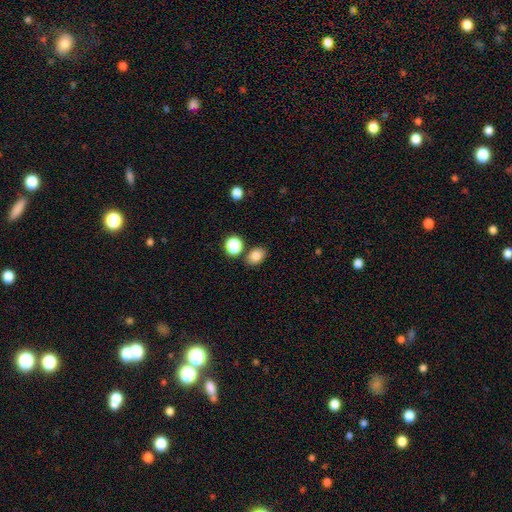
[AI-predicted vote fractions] A smooth galaxy with no disk features (82%) that is in between round and cigar-shaped (66%). Merging: none (79%).